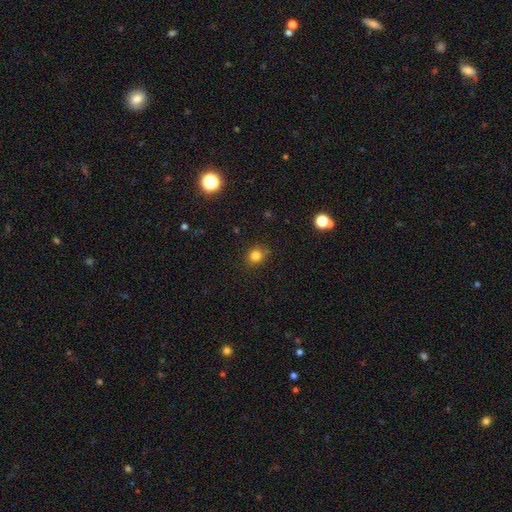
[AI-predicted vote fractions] A smooth galaxy with no disk features (82%) that is round (82%).

Vote fractions:
- Smooth or featured? smooth: 82% / star or artifact: 13% / featured or disk: 5%
- How rounded? round: 82% / in between: 17% / cigar-shaped: 1%
- Merging? none: 83% / minor disturbance: 12% / major disturbance: 3% / merger: 2%